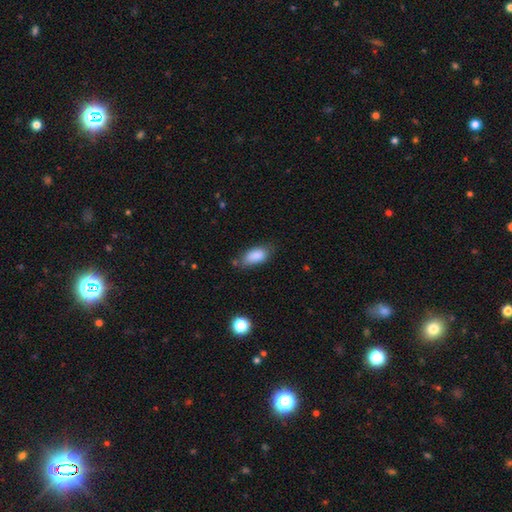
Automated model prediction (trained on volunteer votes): Morphology: type=smooth (87%); roundness=in between (89%); merging=none (65%).